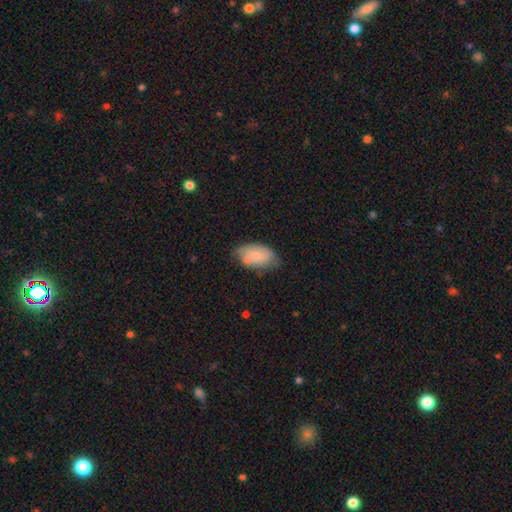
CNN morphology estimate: Overall: smooth (77%). How rounded: in between (94%). Merging: none (57%; minor disturbance 33%).